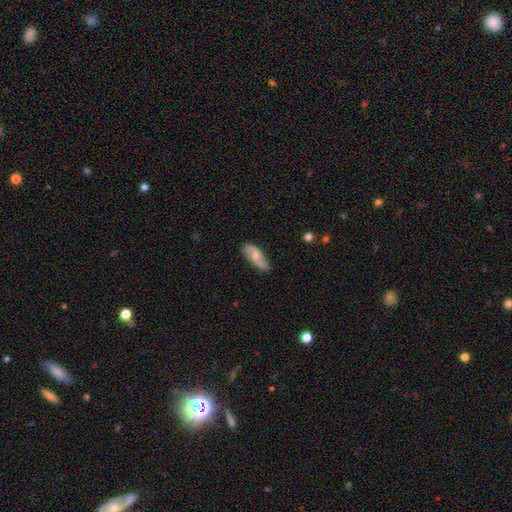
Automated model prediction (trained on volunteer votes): Smooth or featured? featured or disk (56%)
Edge-on disk? no (90%)
Bar? no (55%)
Spiral arms? yes (87%)
Bulge size? moderate (52%)
Merging? none (76%)